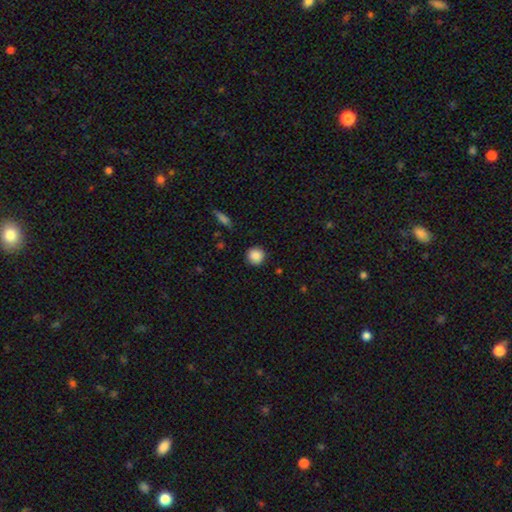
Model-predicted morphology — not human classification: smooth_or_featured: smooth (p=0.88) [alt: star or artifact p=0.08]
how_rounded: round (p=0.93) [alt: in between p=0.06]
merging: none (p=0.90) [alt: minor disturbance p=0.07]